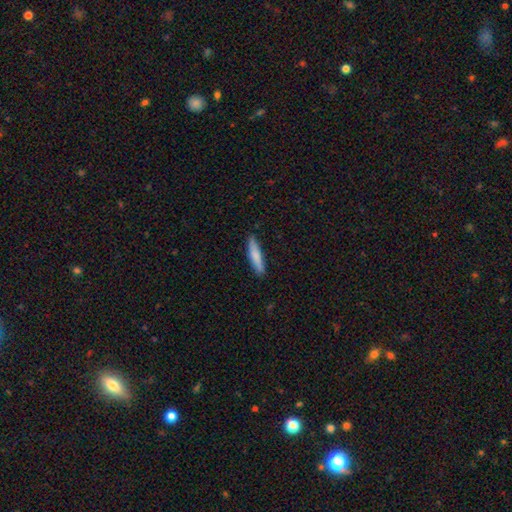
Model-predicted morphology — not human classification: smooth-or-featured: smooth: 75% | featured or disk: 20% | star or artifact: 6%
  how-rounded: cigar-shaped: 85% | in between: 13% | round: 1%
  merging: none: 88% | minor disturbance: 9% | major disturbance: 2% | merger: 1%